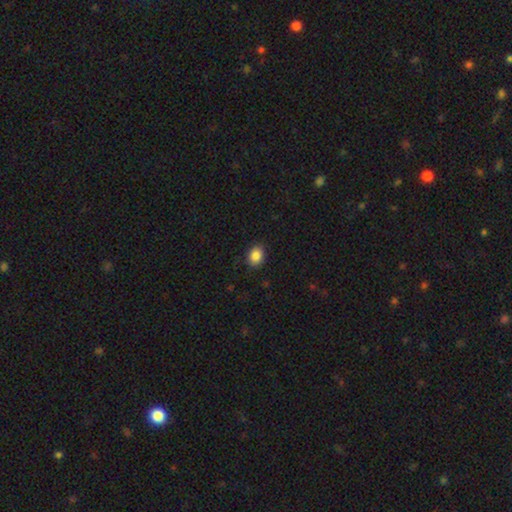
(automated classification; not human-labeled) Morphology: type=smooth (87%); roundness=in between (60%); merging=none (88%).